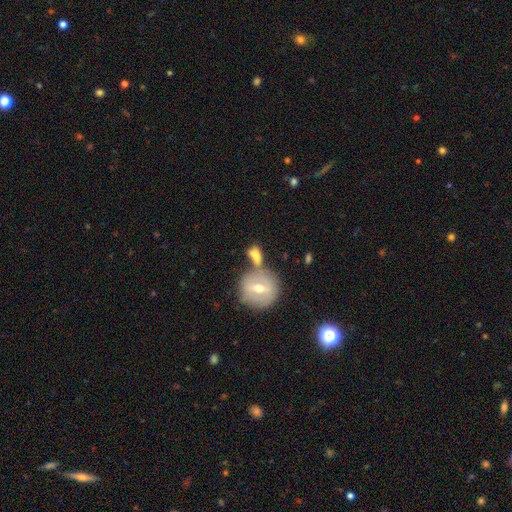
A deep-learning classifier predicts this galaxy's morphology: Q: Smooth or featured?
A: smooth (62%); runner-up: featured or disk (29%)
Q: How rounded?
A: in between (53%); runner-up: round (38%)
Q: Merging?
A: merger (41%); runner-up: none (39%)